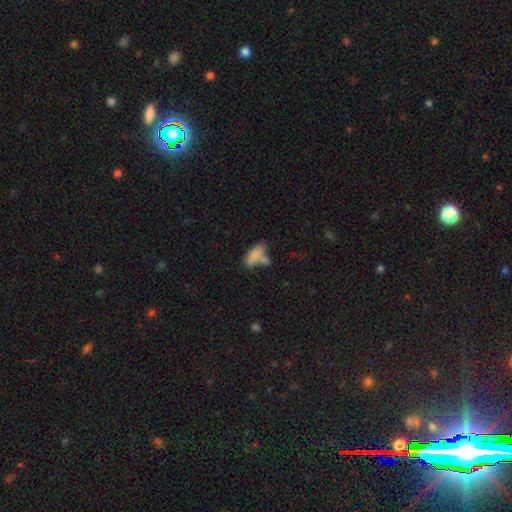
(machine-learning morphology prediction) smooth-or-featured: smooth: 75% | featured or disk: 15% | star or artifact: 10%
  how-rounded: in between: 73% | cigar-shaped: 23% | round: 4%
  merging: merger: 36% (tied) | none: 36% (tied) | minor disturbance: 17% | major disturbance: 10%